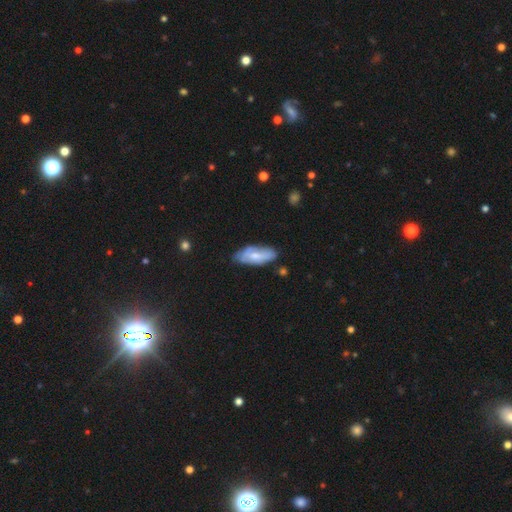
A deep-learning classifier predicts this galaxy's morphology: Smooth or featured: smooth — 54% (featured or disk — 40%)
How rounded: in between — 82% (cigar-shaped — 16%)
Merging: none — 63% (minor disturbance — 28%)